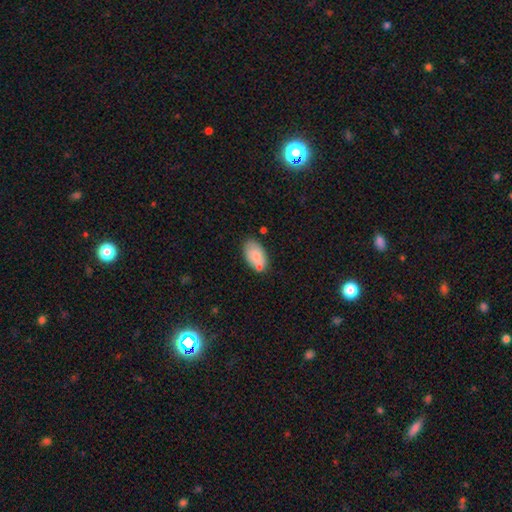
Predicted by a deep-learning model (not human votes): Smooth or featured? Predicted: smooth (p=0.82). How rounded? Predicted: in between (p=0.94). Merging? Predicted: none (p=0.67).